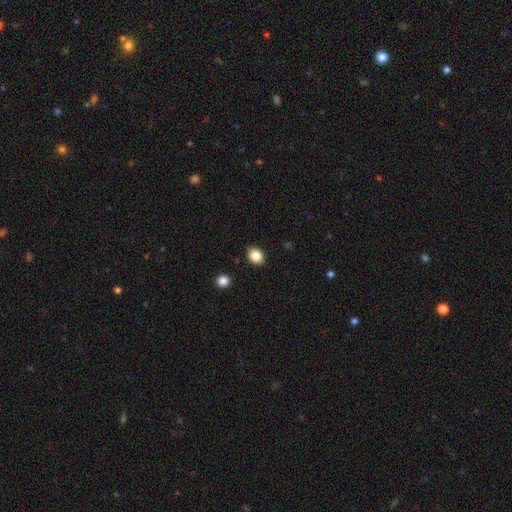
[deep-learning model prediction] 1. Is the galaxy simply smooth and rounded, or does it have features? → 87% smooth, 9% star or artifact, 4% featured or disk.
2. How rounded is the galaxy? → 53% round, 46% in between, 1% cigar-shaped.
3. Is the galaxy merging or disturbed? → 88% none, 8% minor disturbance, 2% major disturbance, 2% merger.